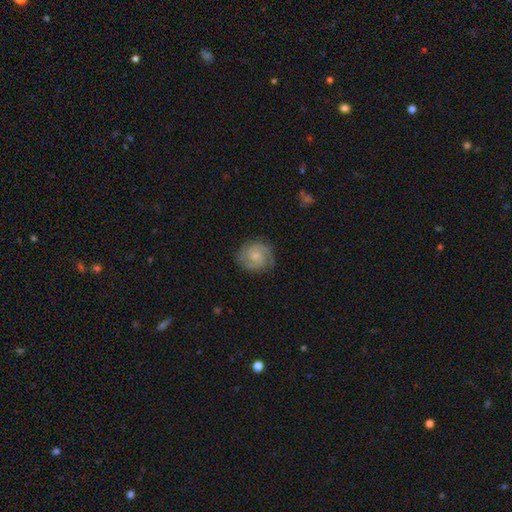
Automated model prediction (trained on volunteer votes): A featured or disk galaxy (79%) with no bar (64%), 2 (74%) tight (59%) spiral arms (97%) and a small central bulge (53%).

Vote fractions:
- Smooth or featured? featured or disk: 79% / smooth: 15% / star or artifact: 6%
- Edge-on disk? no: 98% / yes: 2%
- Bar? no: 64% / weak: 32% / strong: 4%
- Spiral arms? yes: 97% / no: 3%
- Spiral winding? tight: 59% / medium: 35% / loose: 6%
- Spiral arm count? 2: 74% / 3: 11% / can't tell: 8% / 1: 3% / 4: 2% / more than 4: 2%
- Bulge size? small: 53% / moderate: 35% / none: 9% / large: 2% / dominant: 1%
- Merging? none: 82% / minor disturbance: 13% / major disturbance: 4% / merger: 1%